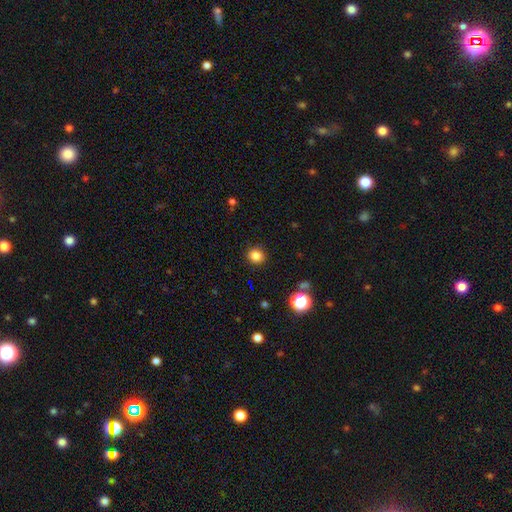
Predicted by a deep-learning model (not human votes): This is clearly a smooth galaxy (82%). How rounded: clearly round (87%). Merging: clearly none (91%).